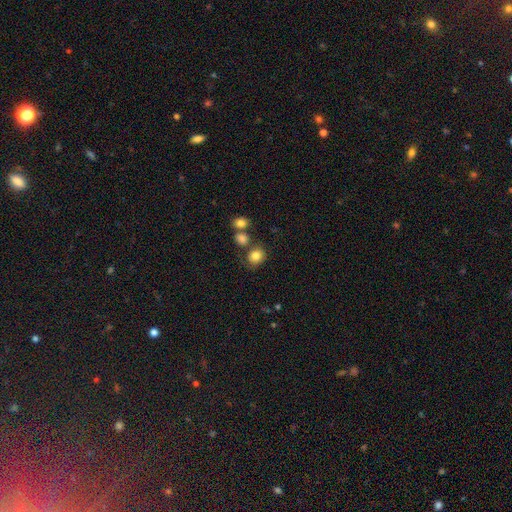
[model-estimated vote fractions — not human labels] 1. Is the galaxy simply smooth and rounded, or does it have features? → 82% smooth, 10% star or artifact, 7% featured or disk.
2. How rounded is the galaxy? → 72% round, 27% in between, 1% cigar-shaped.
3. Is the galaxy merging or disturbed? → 65% none, 15% merger, 15% minor disturbance, 6% major disturbance.